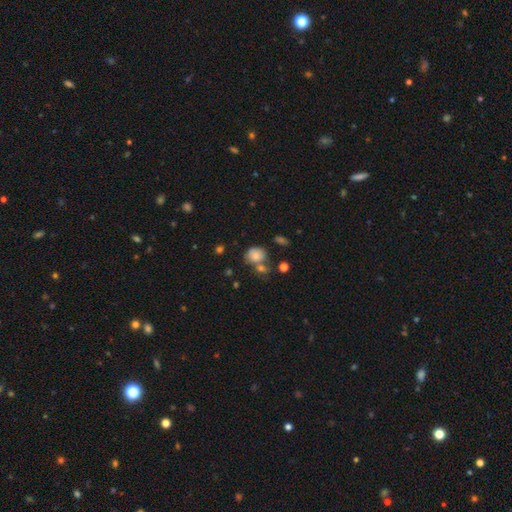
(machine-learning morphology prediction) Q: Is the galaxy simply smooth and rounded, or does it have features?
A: smooth — 75%.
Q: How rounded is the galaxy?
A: round — 61%.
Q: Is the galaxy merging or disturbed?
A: none — 48%.